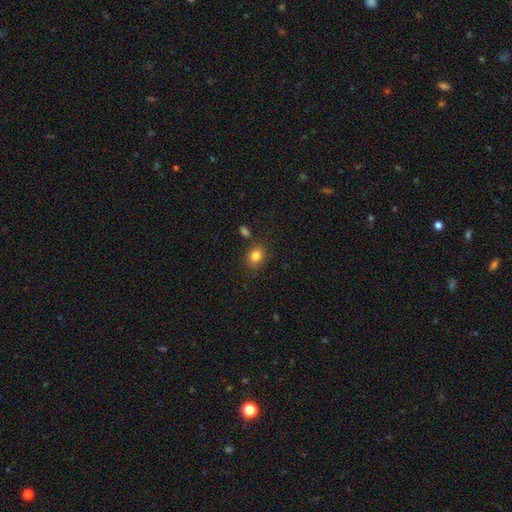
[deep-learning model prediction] smooth-or-featured: smooth: 82% | star or artifact: 11% | featured or disk: 7%
  how-rounded: round: 55% | in between: 44% | cigar-shaped: 1%
  merging: none: 78% | minor disturbance: 12% | merger: 6% | major disturbance: 3%